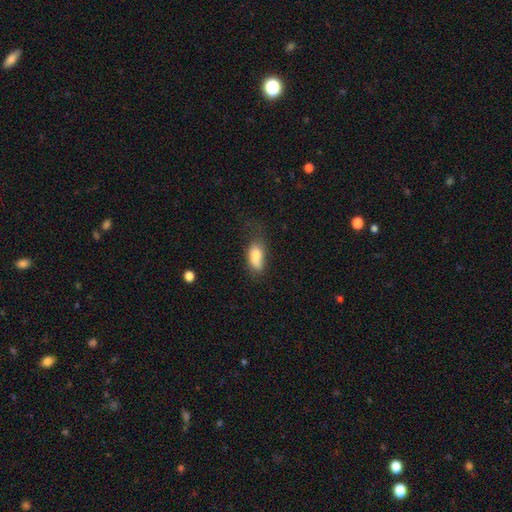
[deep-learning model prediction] This appears to be a smooth galaxy with no disk features (78%) that is in between round and cigar-shaped (86%). Merging: none (39%).